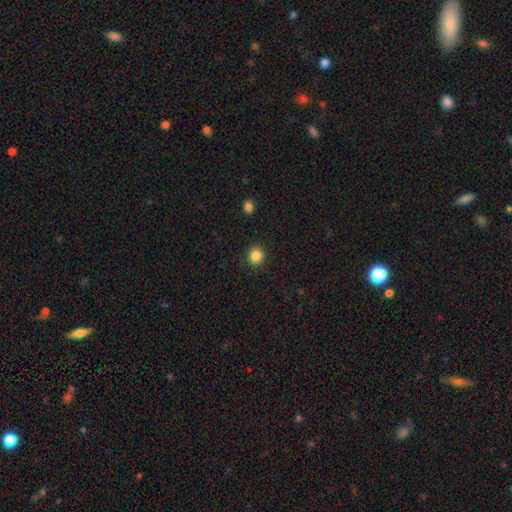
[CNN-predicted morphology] Smooth or featured? Predicted: smooth (p=0.85). How rounded? Predicted: round (p=0.91). Merging? Predicted: none (p=0.91).